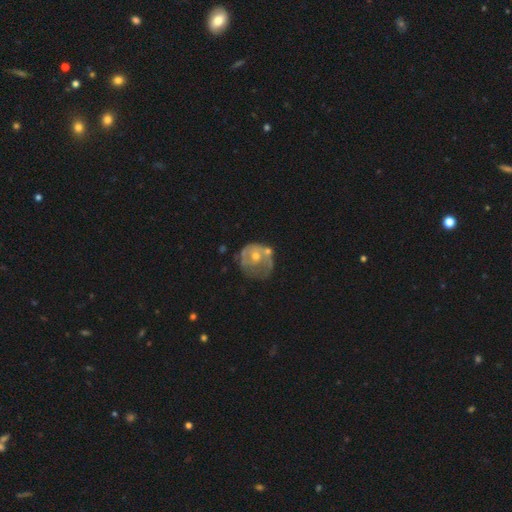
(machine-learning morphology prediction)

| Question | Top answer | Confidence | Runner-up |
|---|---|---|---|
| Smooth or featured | featured or disk | 63% | smooth (29%) |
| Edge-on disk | no | 98% | yes (2%) |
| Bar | no | 81% | weak (16%) |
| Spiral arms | no | 57% | yes (43%) |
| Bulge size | moderate | 55% | small (40%) |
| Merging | none | 40% | minor disturbance (24%) |